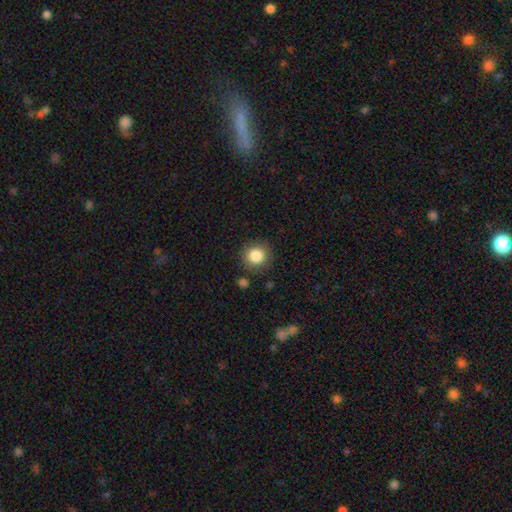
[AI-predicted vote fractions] Smooth or featured?
  - smooth: 85% *
  - star or artifact: 10%
  - featured or disk: 5%
How rounded?
  - round: 92% *
  - in between: 7%
  - cigar-shaped: 1%
Merging?
  - none: 86% *
  - minor disturbance: 8%
  - major disturbance: 3%
  - merger: 3%